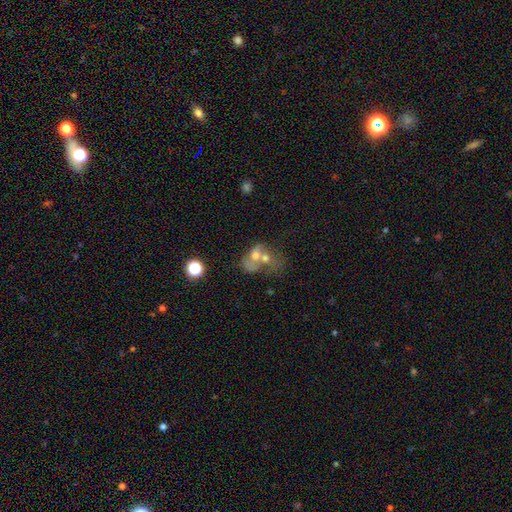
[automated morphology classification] Smooth or featured? smooth (44%)
Merging? merger (67%)